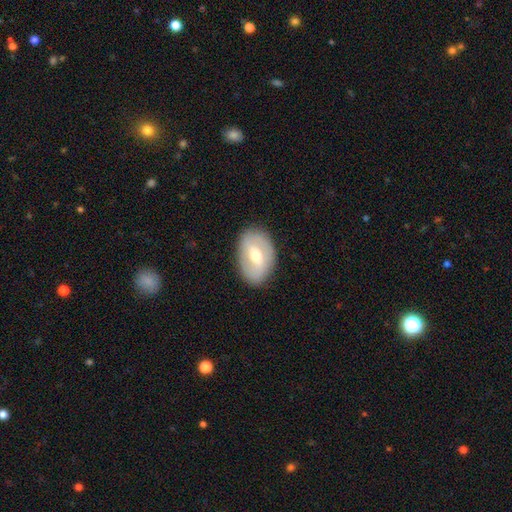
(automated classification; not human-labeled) Smooth or featured? featured or disk (53%)
Edge-on disk? no (92%)
Merging? none (85%)